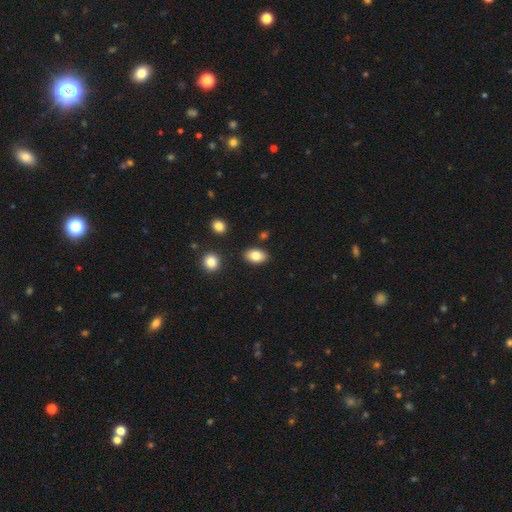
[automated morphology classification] The model was most divided on "smooth or featured": smooth: 82%, featured or disk: 10%, star or artifact: 8%. More confident: how rounded — in between (88%); merging — none (86%).